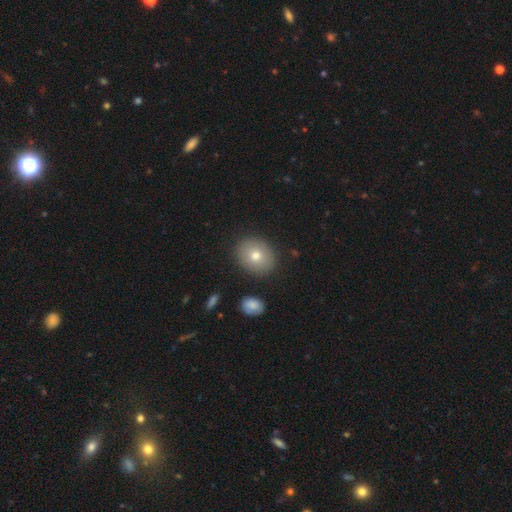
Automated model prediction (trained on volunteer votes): A smooth galaxy with no disk features (74%) that is round (50%). Merging: none (87%).